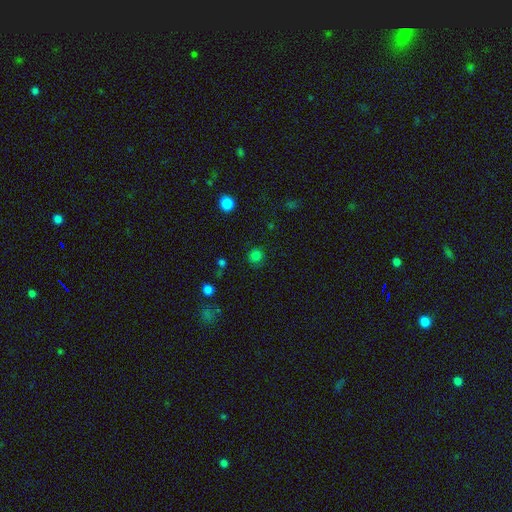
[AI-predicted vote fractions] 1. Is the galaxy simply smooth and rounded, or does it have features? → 80% smooth, 16% star or artifact, 4% featured or disk.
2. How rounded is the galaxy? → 91% round, 8% in between, 1% cigar-shaped.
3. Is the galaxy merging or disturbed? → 85% none, 10% minor disturbance, 3% major disturbance, 2% merger.